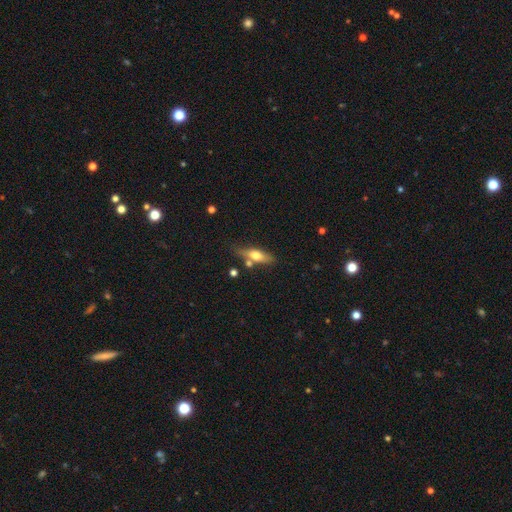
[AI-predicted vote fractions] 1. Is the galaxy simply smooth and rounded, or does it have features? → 55% smooth, 38% featured or disk, 7% star or artifact.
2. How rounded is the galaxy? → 53% cigar-shaped, 44% in between, 4% round.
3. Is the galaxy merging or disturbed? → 67% none, 17% minor disturbance, 12% merger, 4% major disturbance.